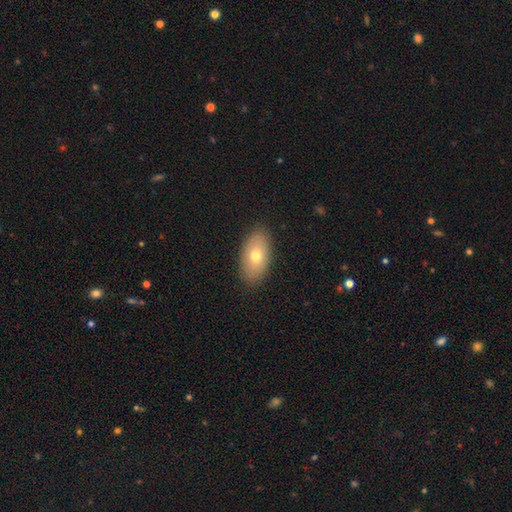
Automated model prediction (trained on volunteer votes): Morphology: type=smooth (68%); roundness=in between (92%); merging=none (88%).